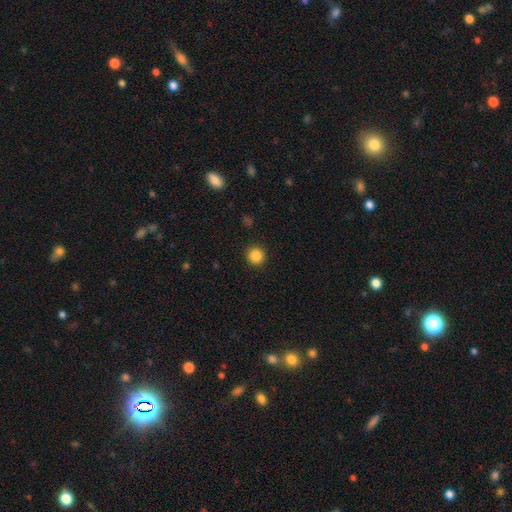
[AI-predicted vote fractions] Overall: smooth (86%). How rounded: round (94%). Merging: none (92%).